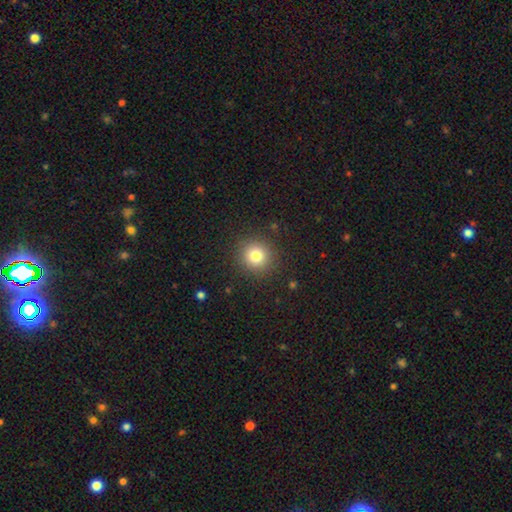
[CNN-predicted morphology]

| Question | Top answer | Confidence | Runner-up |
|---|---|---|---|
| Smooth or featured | smooth | 80% | star or artifact (13%) |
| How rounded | round | 92% | in between (7%) |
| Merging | none | 90% | minor disturbance (6%) |